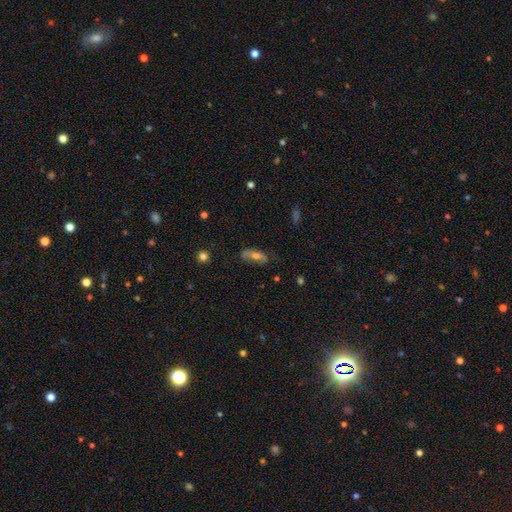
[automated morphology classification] type=smooth (49%); merging=none (63%).